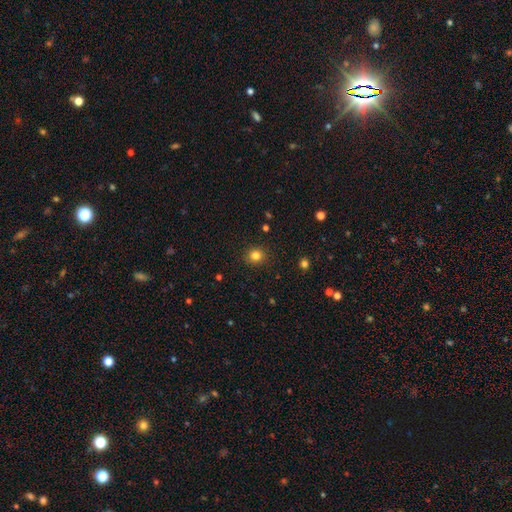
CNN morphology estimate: Q: Smooth or featured?
A: smooth (82%); runner-up: star or artifact (13%)
Q: How rounded?
A: round (86%); runner-up: in between (13%)
Q: Merging?
A: none (90%); runner-up: minor disturbance (6%)